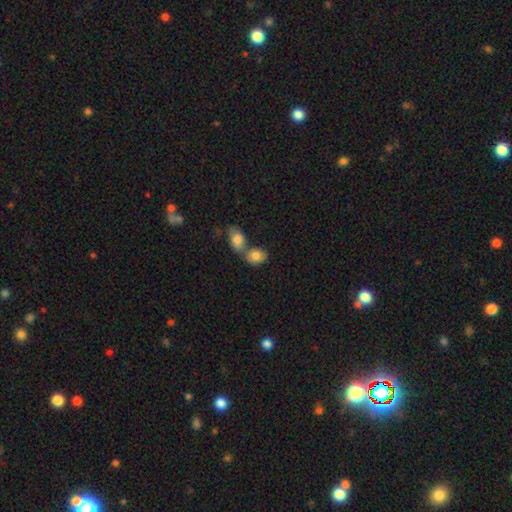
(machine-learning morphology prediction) Overall: smooth (82%). How rounded: in between (64%; round 34%). Merging: merger (53%; none 34%).